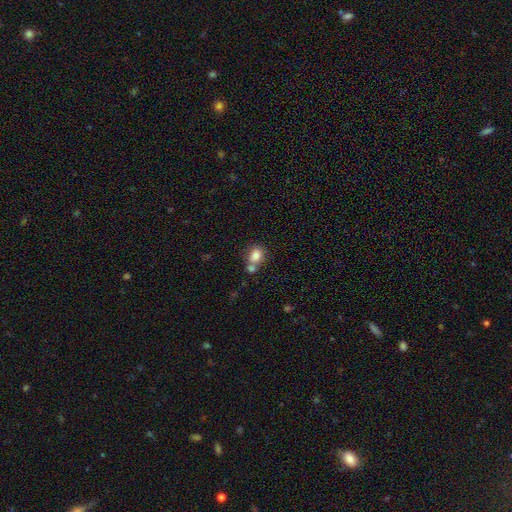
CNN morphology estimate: The model was most divided on "merging": none: 44%, merger: 41%, minor disturbance: 11%, major disturbance: 4%. More confident: smooth or featured — smooth (81%); how rounded — in between (58%).